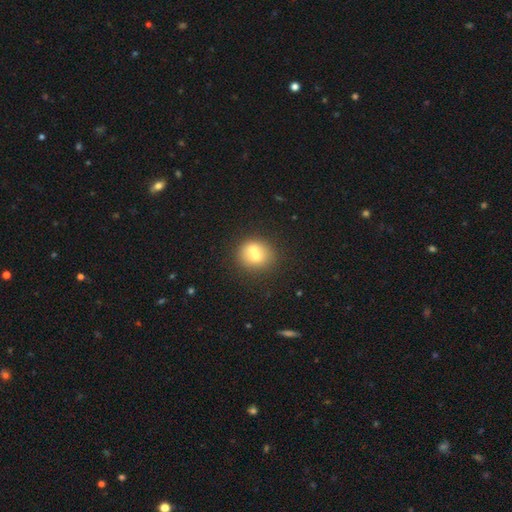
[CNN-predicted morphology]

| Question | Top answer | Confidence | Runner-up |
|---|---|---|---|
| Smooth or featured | smooth | 65% | featured or disk (25%) |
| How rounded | round | 81% | in between (18%) |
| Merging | merger | 50% | none (39%) |